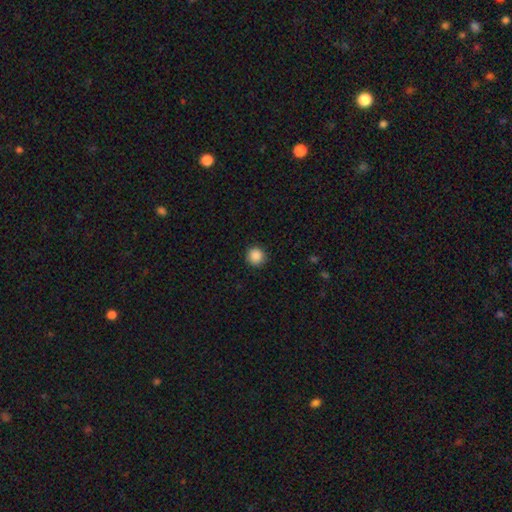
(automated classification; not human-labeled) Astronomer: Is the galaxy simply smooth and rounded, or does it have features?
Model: smooth — 88%.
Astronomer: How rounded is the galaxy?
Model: round — 94%.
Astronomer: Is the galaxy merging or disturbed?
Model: none — 91%.